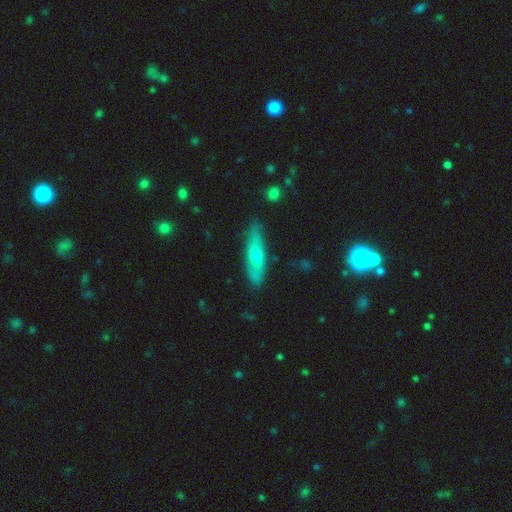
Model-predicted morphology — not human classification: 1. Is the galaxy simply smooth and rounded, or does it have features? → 55% smooth, 39% featured or disk, 7% star or artifact.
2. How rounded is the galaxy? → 67% cigar-shaped, 31% in between, 2% round.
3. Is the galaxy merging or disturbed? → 80% none, 15% minor disturbance, 3% major disturbance, 2% merger.